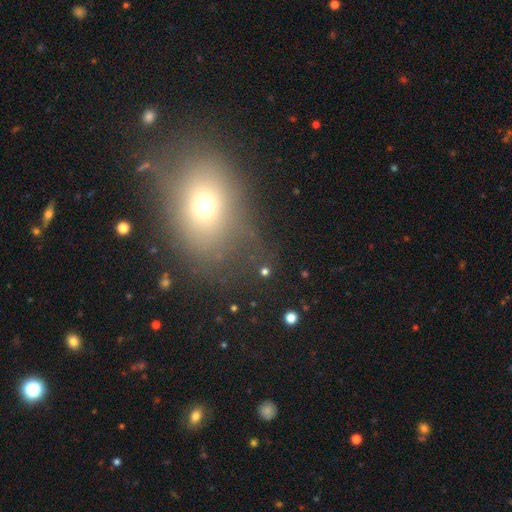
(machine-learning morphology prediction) Smooth or featured: smooth — 63% (star or artifact — 22%)
How rounded: in between — 65% (round — 33%)
Merging: none — 75% (minor disturbance — 15%)